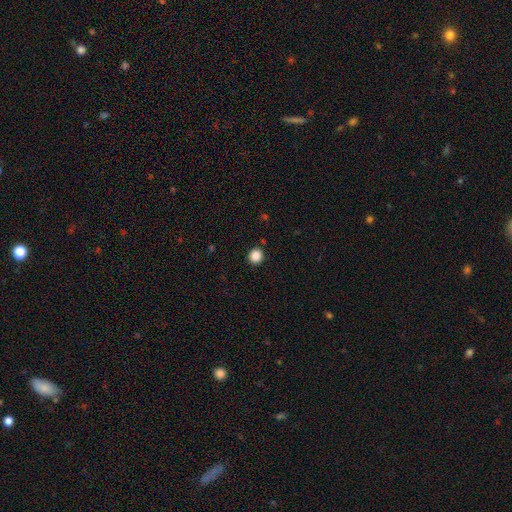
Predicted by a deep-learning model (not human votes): Overall: smooth (87%). How rounded: round (91%). Merging: none (91%).